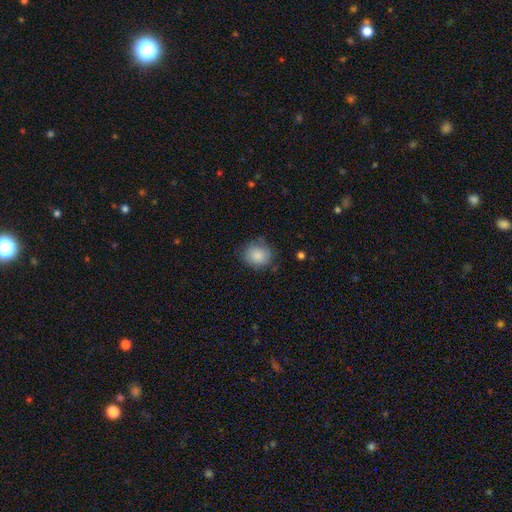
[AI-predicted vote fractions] Smooth or featured: smooth — 84% (star or artifact — 9%)
How rounded: round — 79% (in between — 20%)
Merging: none — 75% (minor disturbance — 19%)